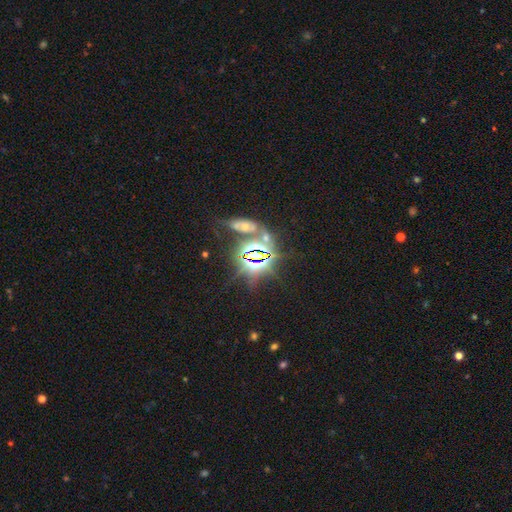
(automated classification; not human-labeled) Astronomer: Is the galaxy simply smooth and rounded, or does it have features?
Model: star or artifact — 75%.